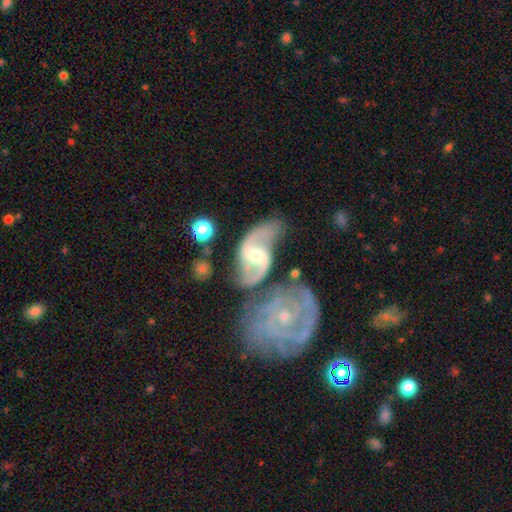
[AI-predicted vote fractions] Morphology: type=featured or disk (85%); edge-on=no (96%); bar=weak (46%); spiral arms=yes (94%); winding=loose (49%); arm count=2 (85%); bulge=moderate (55%); merging=none (46%).